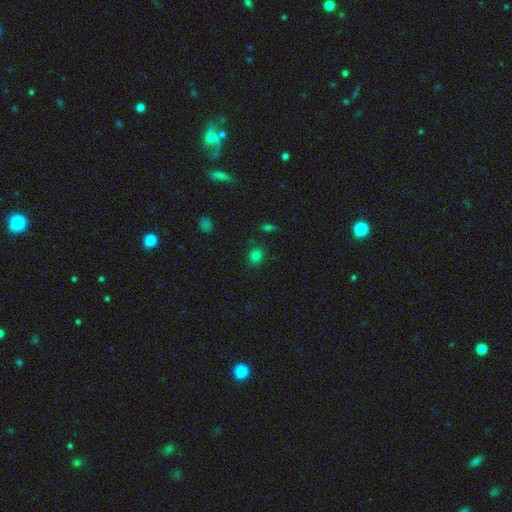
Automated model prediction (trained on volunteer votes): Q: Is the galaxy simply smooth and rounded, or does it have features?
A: smooth — 78%.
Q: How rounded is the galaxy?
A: round — 72%.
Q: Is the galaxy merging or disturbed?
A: none — 83%.